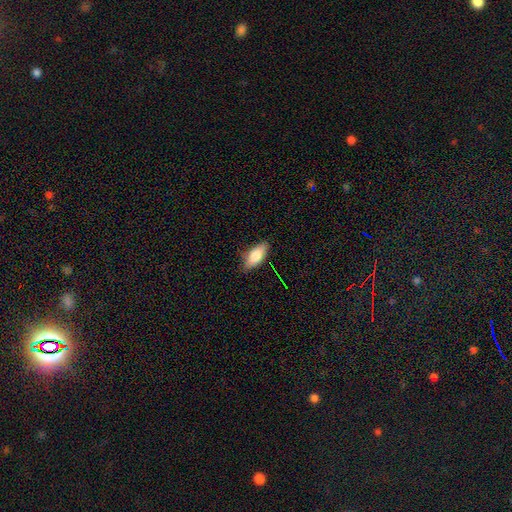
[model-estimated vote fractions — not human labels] A smooth galaxy with no disk features (76%) that is in between round and cigar-shaped (82%).

Vote fractions:
- Smooth or featured? smooth: 76% / featured or disk: 17% / star or artifact: 7%
- How rounded? in between: 82% / cigar-shaped: 15% / round: 3%
- Merging? none: 81% / minor disturbance: 15% / major disturbance: 3% / merger: 1%